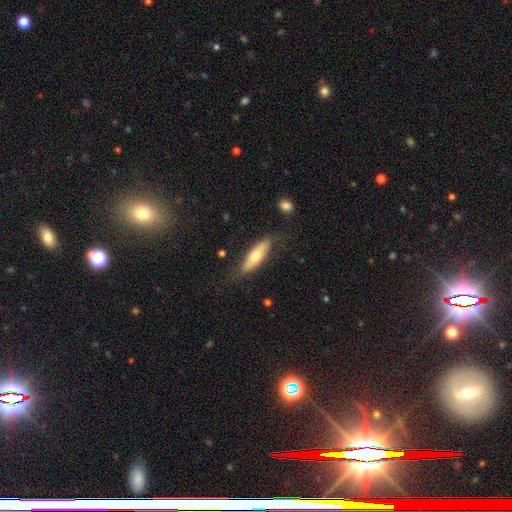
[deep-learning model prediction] A smooth galaxy with no disk features (57%) that is cigar-shaped (53%). Merging: none (76%).